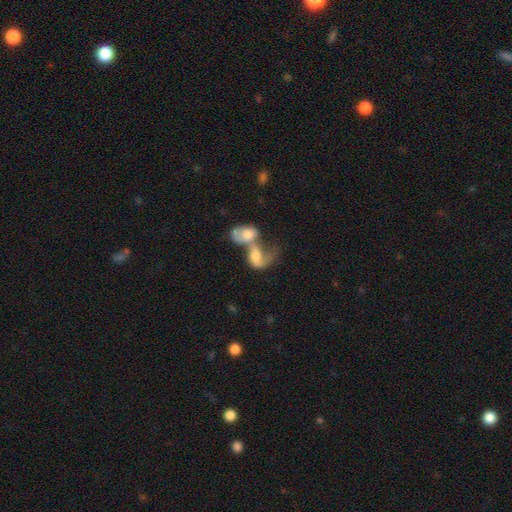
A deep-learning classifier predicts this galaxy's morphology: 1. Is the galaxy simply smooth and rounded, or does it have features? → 49% featured or disk, 41% smooth, 10% star or artifact.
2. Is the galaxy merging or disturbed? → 79% merger, 9% major disturbance, 7% none, 4% minor disturbance.